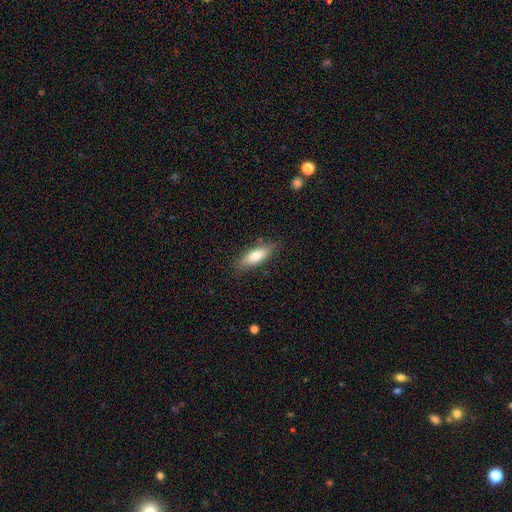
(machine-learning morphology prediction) type=smooth (77%); roundness=in between (58%); merging=none (83%).